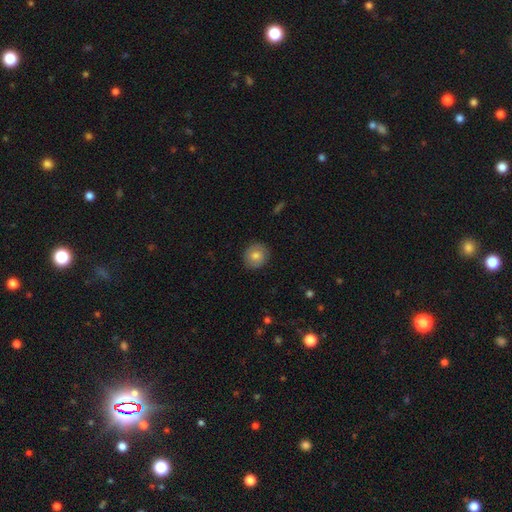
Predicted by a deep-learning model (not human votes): This is likely a smooth galaxy (73%). How rounded: clearly round (82%). Merging: clearly none (88%).